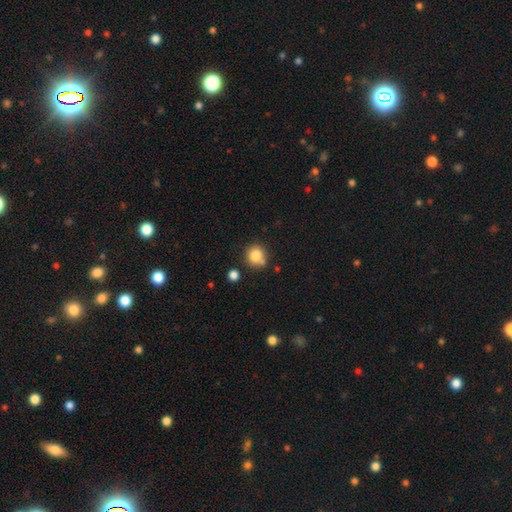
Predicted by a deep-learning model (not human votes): Smooth or featured? smooth (82%)
How rounded? round (89%)
Merging? none (70%)